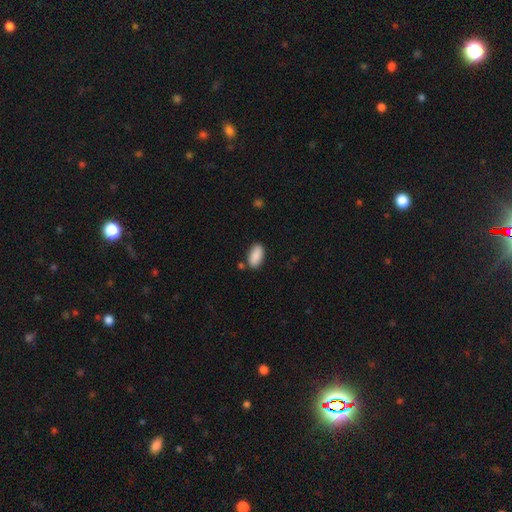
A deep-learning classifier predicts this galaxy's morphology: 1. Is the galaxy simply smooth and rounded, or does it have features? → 89% smooth, 7% star or artifact, 4% featured or disk.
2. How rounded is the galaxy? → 93% in between, 5% cigar-shaped, 2% round.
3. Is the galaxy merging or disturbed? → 81% none, 11% minor disturbance, 5% merger, 3% major disturbance.